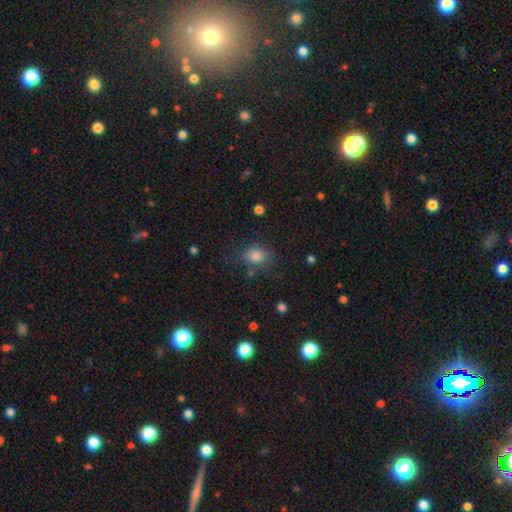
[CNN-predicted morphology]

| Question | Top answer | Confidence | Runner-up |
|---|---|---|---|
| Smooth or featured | smooth | 80% | star or artifact (14%) |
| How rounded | round | 64% | in between (35%) |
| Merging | none | 74% | minor disturbance (16%) |